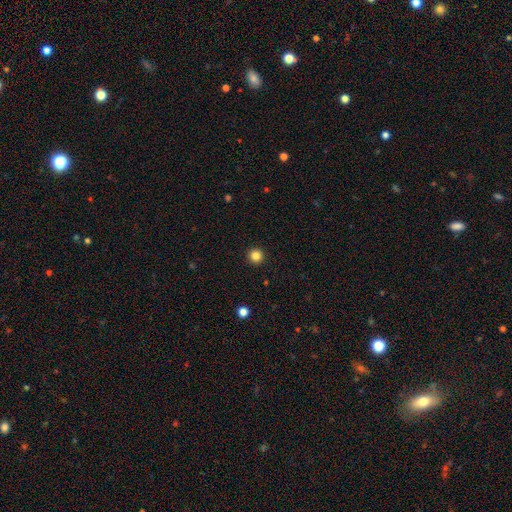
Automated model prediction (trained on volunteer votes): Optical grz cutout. It shows a smooth galaxy with no disk features (84%) that is round (96%). Merging: none (94%).